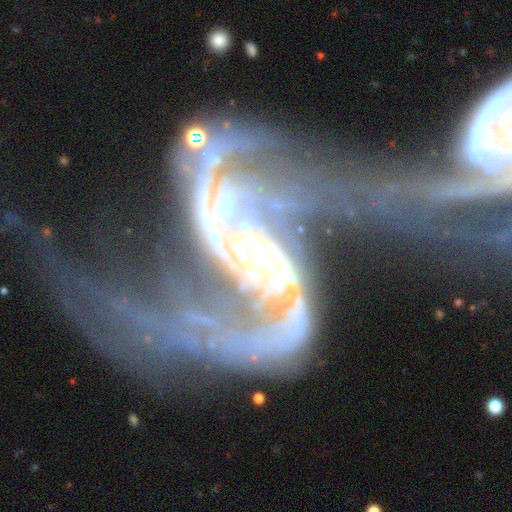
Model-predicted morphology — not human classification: smooth_or_featured: featured or disk (p=0.91) [alt: star or artifact p=0.06]
disk_edge_on: no (p=0.97) [alt: yes p=0.03]
bar: no (p=0.39) [alt: weak p=0.35]
has_spiral_arms: yes (p=0.96) [alt: no p=0.04]
spiral_winding: loose (p=0.48) [alt: medium p=0.37]
spiral_arm_count: 2 (p=0.75) [alt: can't tell p=0.08]
bulge_size: small (p=0.53) [alt: moderate p=0.33]
merging: merger (p=0.79) [alt: major disturbance p=0.10]